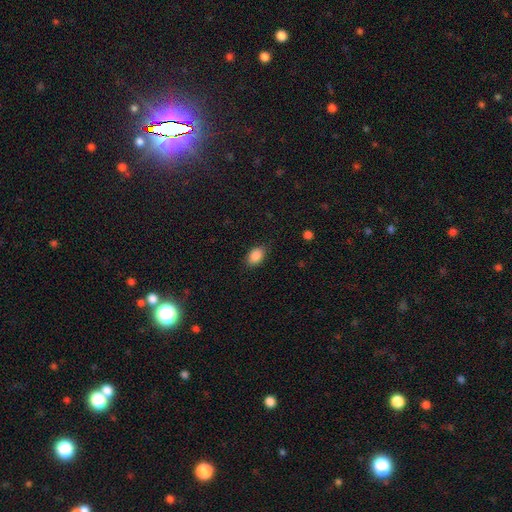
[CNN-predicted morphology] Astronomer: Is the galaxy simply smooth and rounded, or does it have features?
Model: smooth — 88%.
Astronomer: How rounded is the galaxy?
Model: in between — 86%.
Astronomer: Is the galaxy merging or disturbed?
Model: none — 82%.